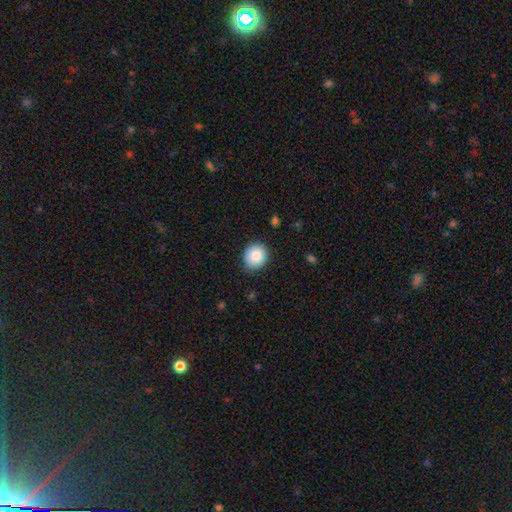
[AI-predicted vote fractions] smooth_or_featured: smooth (p=0.87) [alt: star or artifact p=0.08]
how_rounded: round (p=0.81) [alt: in between p=0.18]
merging: none (p=0.86) [alt: minor disturbance p=0.11]